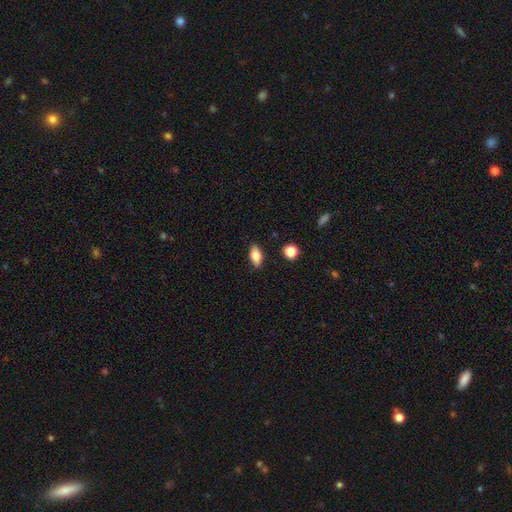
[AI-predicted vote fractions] smooth 78%, featured or disk 14%, star or artifact 8%. Down the decision tree: how rounded — in between (86%); merging — none (86%).